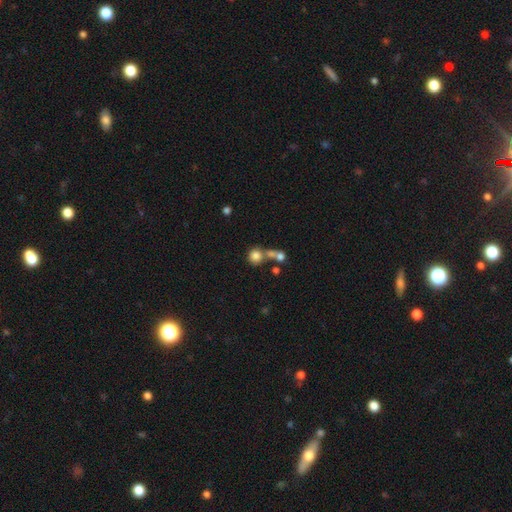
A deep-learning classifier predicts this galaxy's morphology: Smooth or featured?
  - smooth: 78% *
  - star or artifact: 12%
  - featured or disk: 10%
How rounded?
  - round: 89% *
  - in between: 10%
  - cigar-shaped: 1%
Merging?
  - none: 50% *
  - merger: 36%
  - minor disturbance: 9%
  - major disturbance: 5%